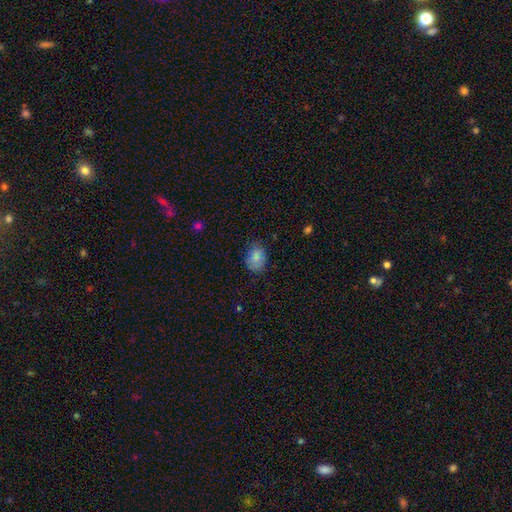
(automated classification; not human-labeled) Smooth or featured? Predicted: smooth (p=0.77). How rounded? Predicted: in between (p=0.66). Merging? Predicted: none (p=0.71).